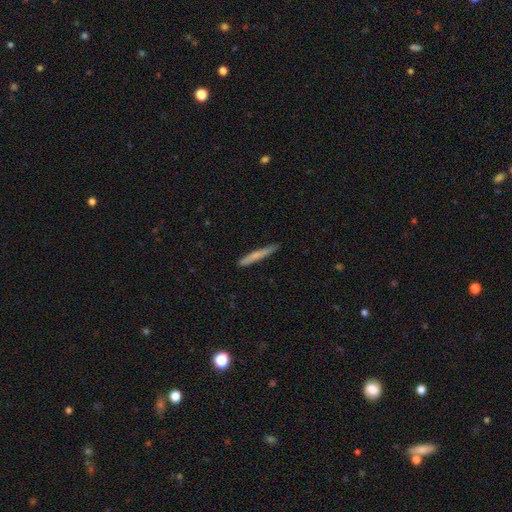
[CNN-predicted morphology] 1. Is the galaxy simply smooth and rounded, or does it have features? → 68% smooth, 26% featured or disk, 6% star or artifact.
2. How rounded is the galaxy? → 96% cigar-shaped, 3% in between, 1% round.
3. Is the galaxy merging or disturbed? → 86% none, 11% minor disturbance, 2% major disturbance, 1% merger.